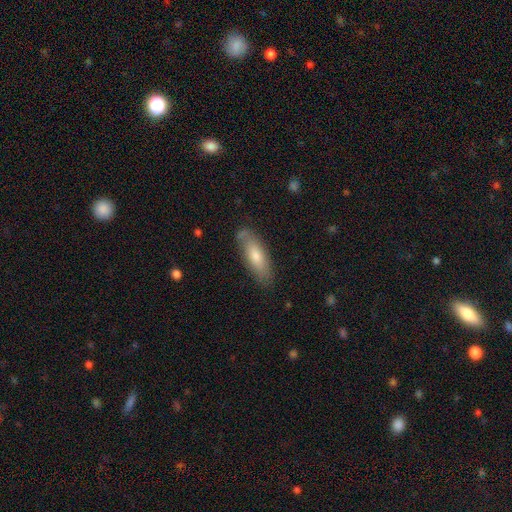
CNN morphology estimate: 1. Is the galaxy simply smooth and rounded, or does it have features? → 67% smooth, 26% featured or disk, 6% star or artifact.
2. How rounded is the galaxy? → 58% in between, 40% cigar-shaped, 2% round.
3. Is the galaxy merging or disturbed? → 78% none, 16% minor disturbance, 3% major disturbance, 3% merger.